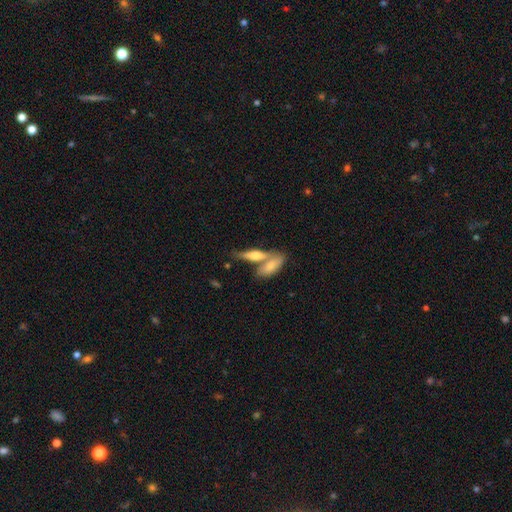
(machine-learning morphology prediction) type=smooth (58%); roundness=in between (51%); merging=merger (46%).